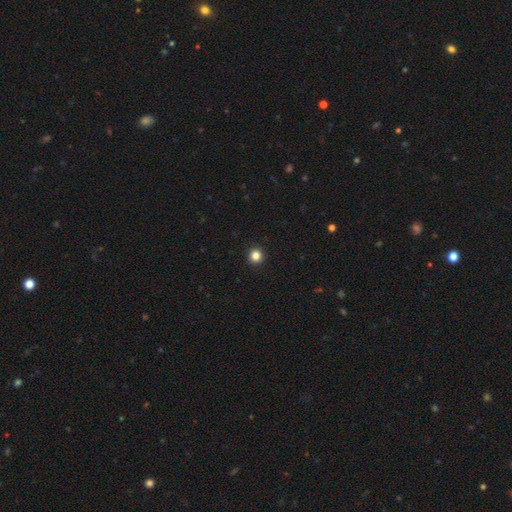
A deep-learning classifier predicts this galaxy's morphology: Q: Smooth or featured?
A: smooth (84%); runner-up: star or artifact (12%)
Q: How rounded?
A: round (94%); runner-up: in between (5%)
Q: Merging?
A: none (94%); runner-up: minor disturbance (4%)